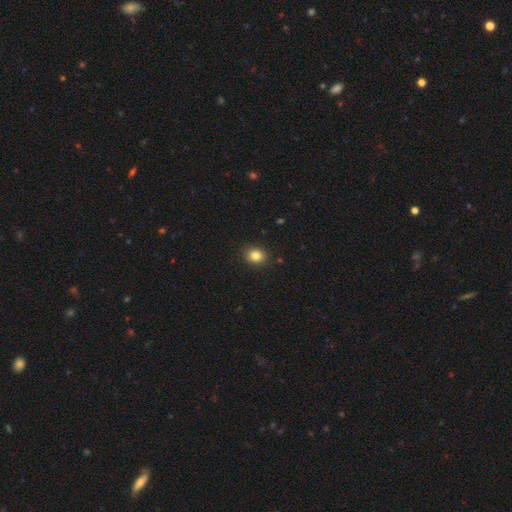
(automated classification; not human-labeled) A smooth galaxy with no disk features (83%) that is round (58%). Merging: none (89%).